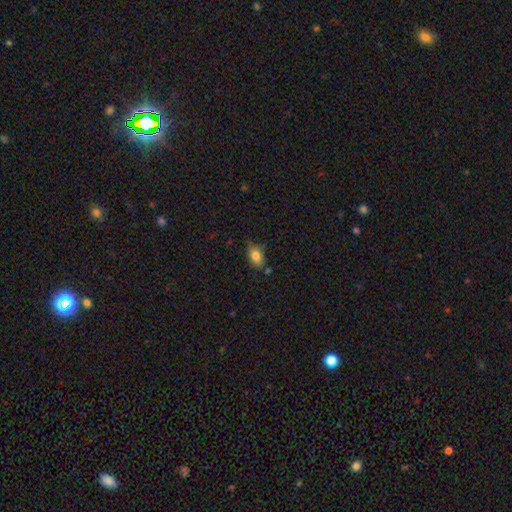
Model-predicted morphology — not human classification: Smooth or featured?
  - smooth: 82% *
  - featured or disk: 9%
  - star or artifact: 9%
How rounded?
  - in between: 82% *
  - round: 16%
  - cigar-shaped: 2%
Merging?
  - none: 73% *
  - minor disturbance: 18%
  - merger: 6%
  - major disturbance: 3%